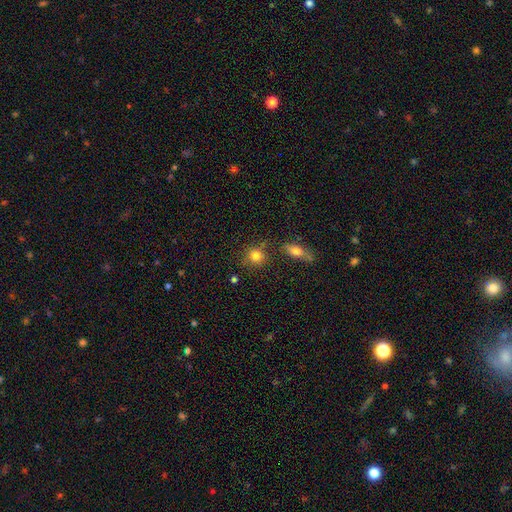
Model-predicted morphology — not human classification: smooth 82%, star or artifact 10%, featured or disk 8%. Down the decision tree: how rounded — round (83%); merging — none (71%).